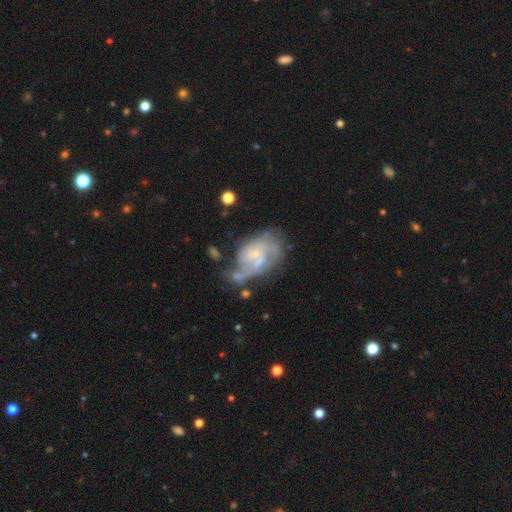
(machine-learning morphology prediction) This appears to be a featured or disk galaxy (78%) with no bar (57%), medium (42%) spiral arms (84%) and a small central bulge (65%). Merging: none (35%).